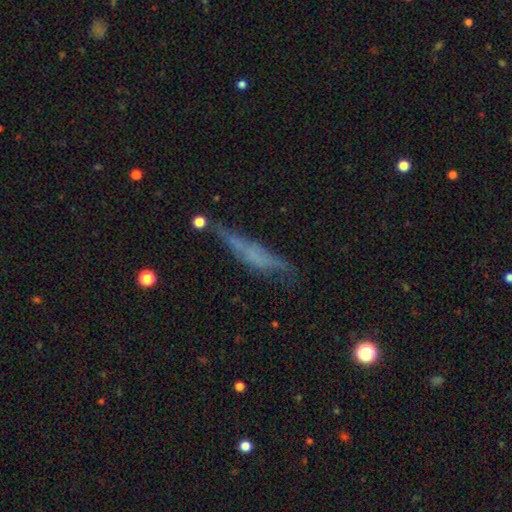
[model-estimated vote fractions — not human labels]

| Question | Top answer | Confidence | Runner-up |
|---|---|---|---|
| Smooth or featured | featured or disk | 49% | smooth (39%) |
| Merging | none | 49% | minor disturbance (28%) |